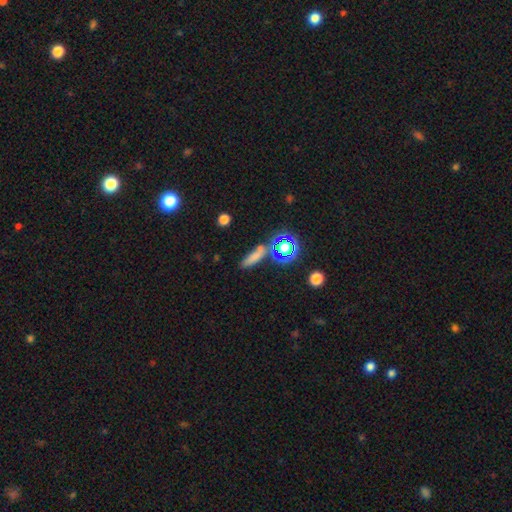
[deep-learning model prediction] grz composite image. It shows a smooth galaxy with no disk features (66%) that is cigar-shaped (60%). Merging: none (67%).